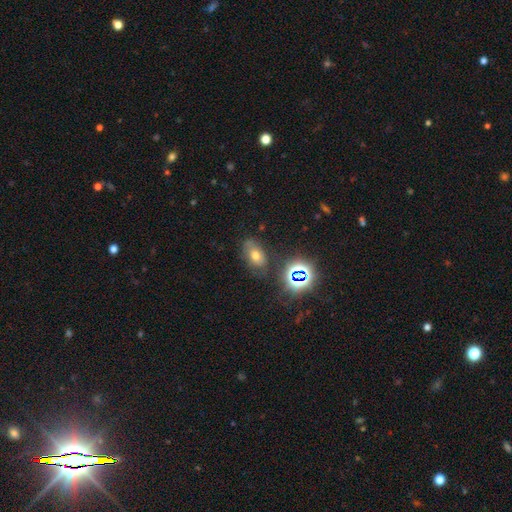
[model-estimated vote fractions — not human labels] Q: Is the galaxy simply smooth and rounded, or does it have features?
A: smooth — 52%.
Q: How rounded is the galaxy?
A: in between — 84%.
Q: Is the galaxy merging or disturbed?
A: none — 69%.